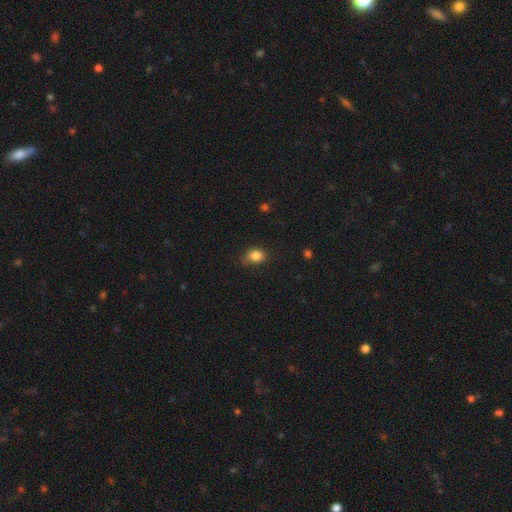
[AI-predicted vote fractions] Smooth or featured?
  - smooth: 84% *
  - star or artifact: 11%
  - featured or disk: 5%
How rounded?
  - in between: 51% *
  - round: 48%
  - cigar-shaped: 1%
Merging?
  - none: 71% *
  - minor disturbance: 23%
  - major disturbance: 5%
  - merger: 1%